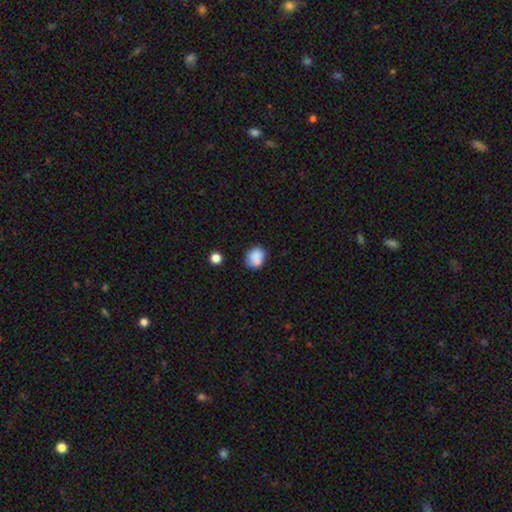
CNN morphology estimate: smooth_or_featured: smooth (p=0.83) [alt: star or artifact p=0.09]
how_rounded: round (p=0.58) [alt: in between p=0.41]
merging: none (p=0.65) [alt: minor disturbance p=0.17]